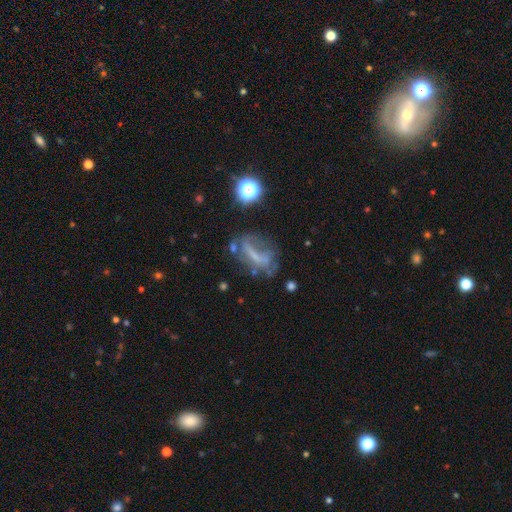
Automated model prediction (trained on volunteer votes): Smooth or featured?
  - featured or disk: 50% *
  - smooth: 28%
  - star or artifact: 22%
Edge-on disk?
  - no: 89% *
  - yes: 11%
Merging?
  - none: 36% *
  - major disturbance: 34%
  - minor disturbance: 22%
  - merger: 8%